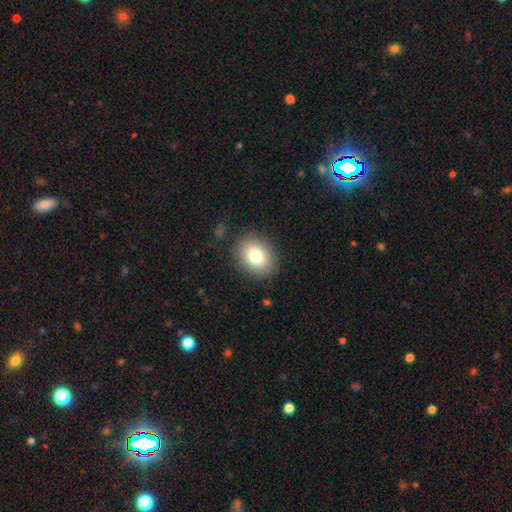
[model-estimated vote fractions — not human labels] The model was most divided on "how rounded": in between: 59%, round: 41%, cigar-shaped: 1%. More confident: merging — none (86%); smooth or featured — smooth (80%).